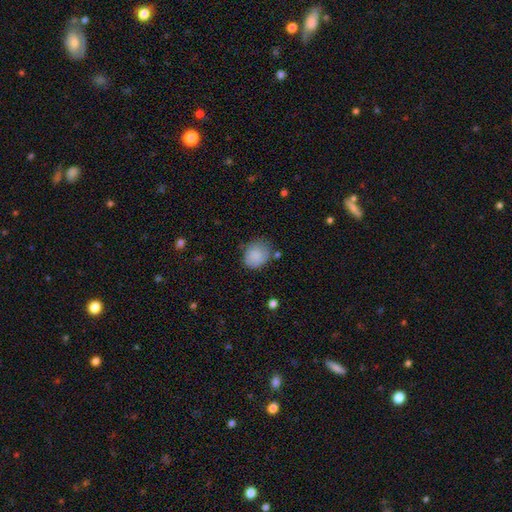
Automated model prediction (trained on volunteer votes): Smooth or featured: smooth — 85% (featured or disk — 7%)
How rounded: round — 64% (in between — 35%)
Merging: none — 65% (minor disturbance — 25%)